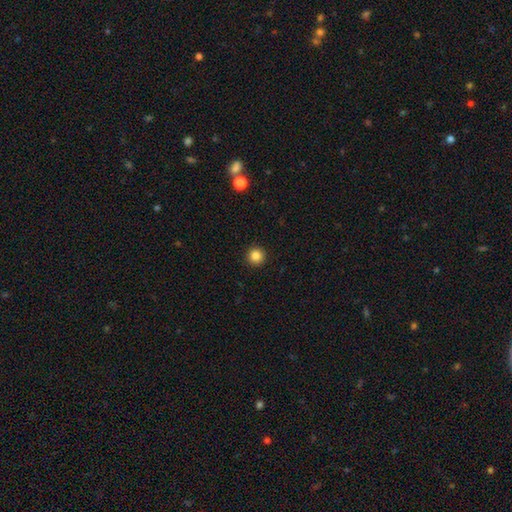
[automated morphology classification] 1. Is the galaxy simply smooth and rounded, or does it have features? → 84% smooth, 12% star or artifact, 4% featured or disk.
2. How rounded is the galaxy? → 96% round, 3% in between, 1% cigar-shaped.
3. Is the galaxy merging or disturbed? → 93% none, 4% minor disturbance, 2% major disturbance, 1% merger.